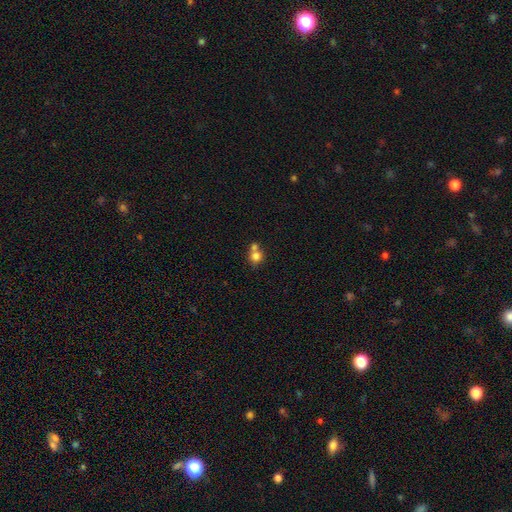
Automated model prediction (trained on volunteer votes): Smooth or featured?
  - smooth: 79% *
  - star or artifact: 11%
  - featured or disk: 11%
How rounded?
  - round: 83% *
  - in between: 16%
  - cigar-shaped: 1%
Merging?
  - merger: 50% *
  - none: 40%
  - minor disturbance: 7%
  - major disturbance: 3%